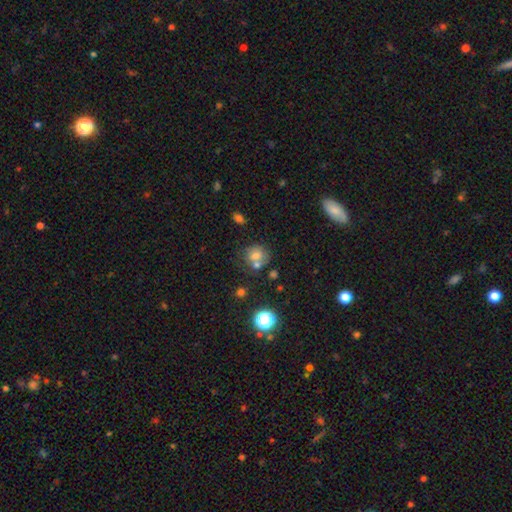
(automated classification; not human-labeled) The model was most divided on "merging": none: 47%, merger: 32%, minor disturbance: 15%, major disturbance: 7%. More confident: how rounded — round (69%); smooth or featured — smooth (65%).